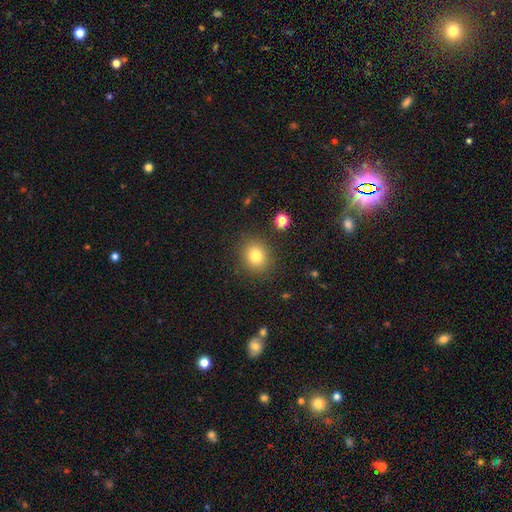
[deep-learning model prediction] Smooth or featured? Predicted: smooth (p=0.80). How rounded? Predicted: round (p=0.77). Merging? Predicted: none (p=0.87).